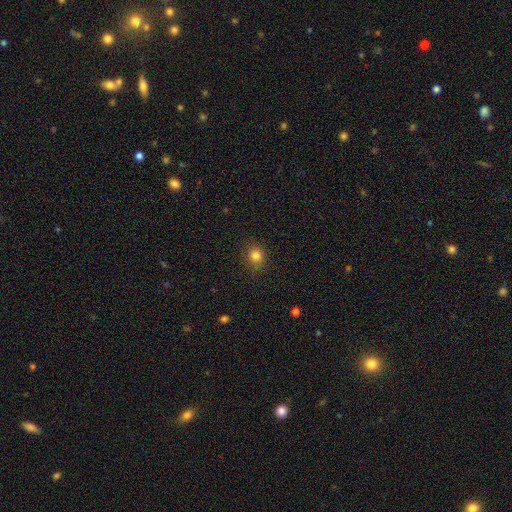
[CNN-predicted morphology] This appears to be a smooth galaxy with no disk features (82%) that is round (84%). Merging: none (87%).